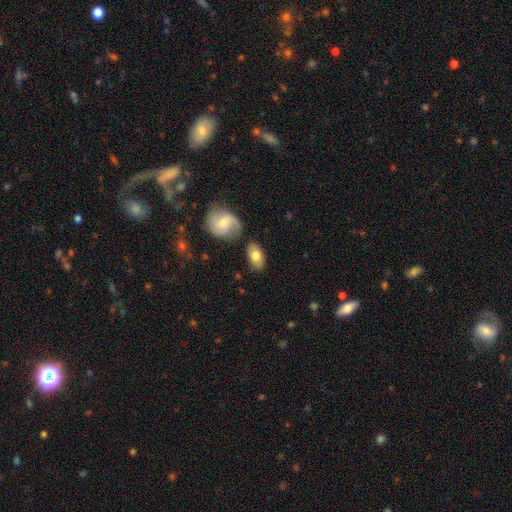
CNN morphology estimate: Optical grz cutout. It shows a smooth galaxy with no disk features (75%) that is in between round and cigar-shaped (91%). Merging: none (74%).